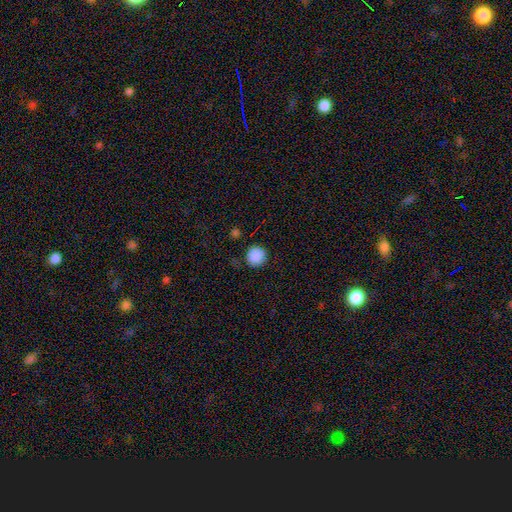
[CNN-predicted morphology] A smooth galaxy with no disk features (88%) that is round (93%). Merging: none (85%).